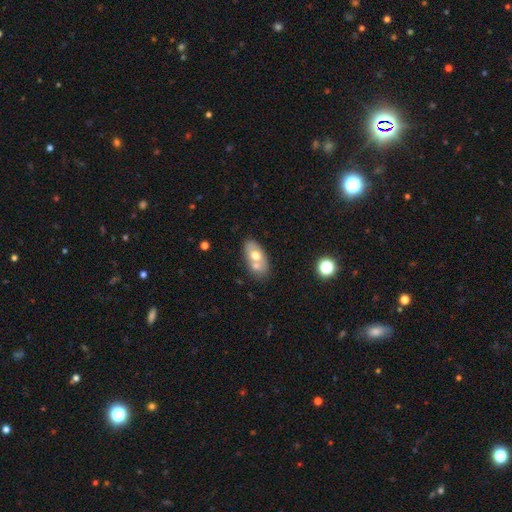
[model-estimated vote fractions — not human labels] Smooth or featured?
  - smooth: 60% *
  - featured or disk: 33%
  - star or artifact: 7%
How rounded?
  - in between: 88% *
  - round: 9%
  - cigar-shaped: 3%
Merging?
  - merger: 42% * (tied)
  - none: 42% * (tied)
  - minor disturbance: 13%
  - major disturbance: 4%